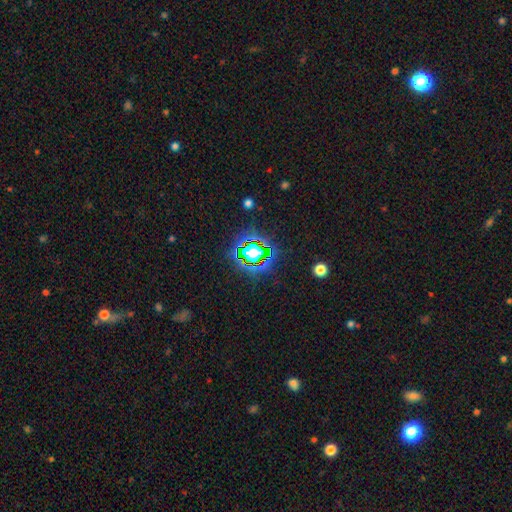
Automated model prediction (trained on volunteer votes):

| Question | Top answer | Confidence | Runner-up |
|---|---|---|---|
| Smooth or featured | star or artifact | 67% | smooth (21%) |